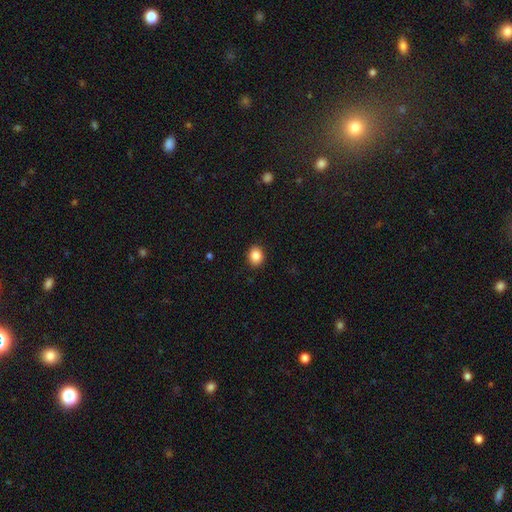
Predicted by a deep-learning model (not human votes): Overall: smooth (87%). How rounded: round (60%; in between 39%). Merging: none (91%).